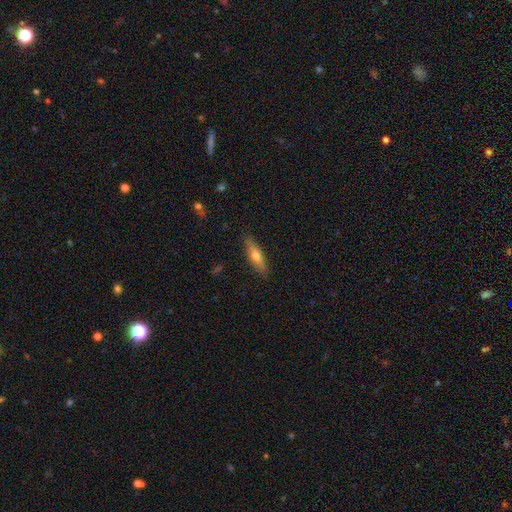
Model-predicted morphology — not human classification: A smooth galaxy with no disk features (54%) that is cigar-shaped (65%). Merging: none (88%).